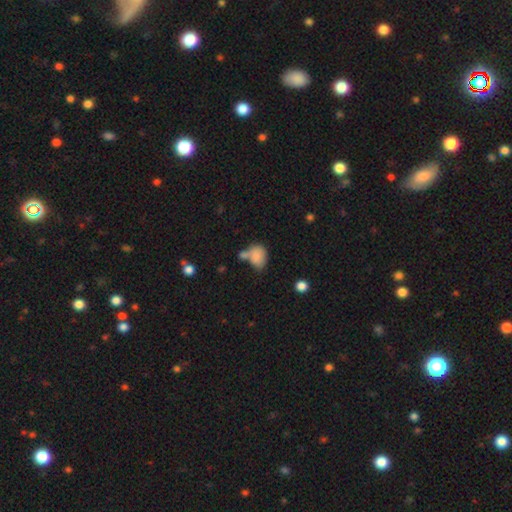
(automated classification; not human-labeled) Overall: smooth (81%). How rounded: in between (68%; round 30%). Merging: merger (37%; none 33%).